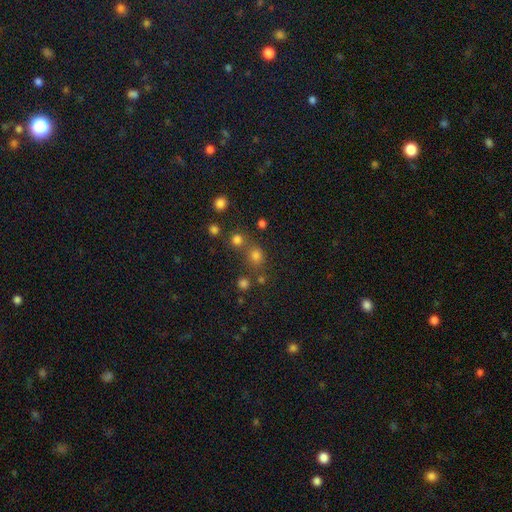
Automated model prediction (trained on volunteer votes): smooth-or-featured: smooth: 74% | star or artifact: 20% | featured or disk: 7%
  how-rounded: round: 79% | in between: 20% | cigar-shaped: 1%
  merging: none: 63% | merger: 22% | minor disturbance: 10% | major disturbance: 5%